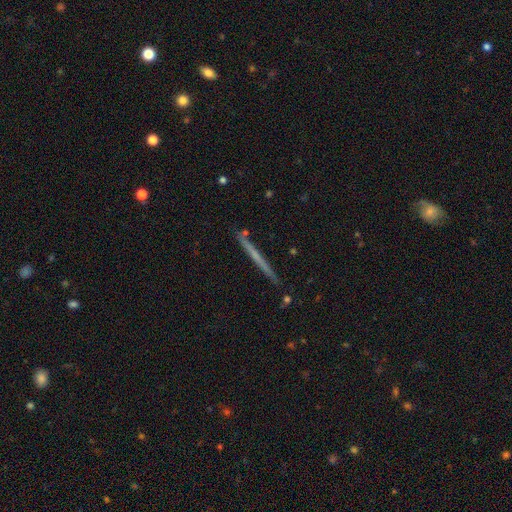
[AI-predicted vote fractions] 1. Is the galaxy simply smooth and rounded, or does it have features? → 56% featured or disk, 38% smooth, 6% star or artifact.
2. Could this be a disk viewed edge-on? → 98% yes, 2% no.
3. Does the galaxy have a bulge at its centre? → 87% none, 9% rounded, 4% boxy.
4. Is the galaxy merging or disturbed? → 89% none, 8% minor disturbance, 2% merger, 1% major disturbance.